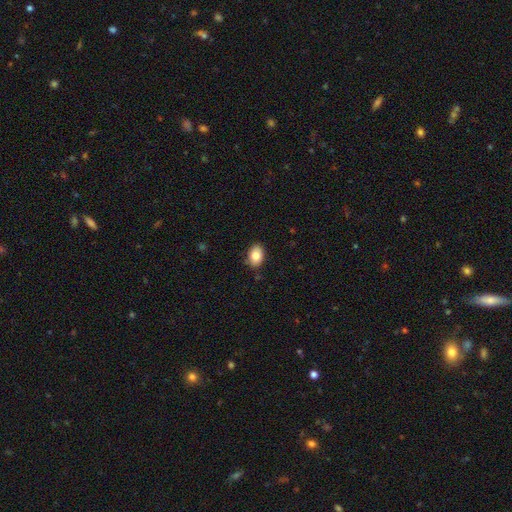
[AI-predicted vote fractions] smooth_or_featured: smooth (p=0.82) [alt: featured or disk p=0.10]
how_rounded: in between (p=0.82) [alt: round p=0.16]
merging: none (p=0.85) [alt: minor disturbance p=0.12]